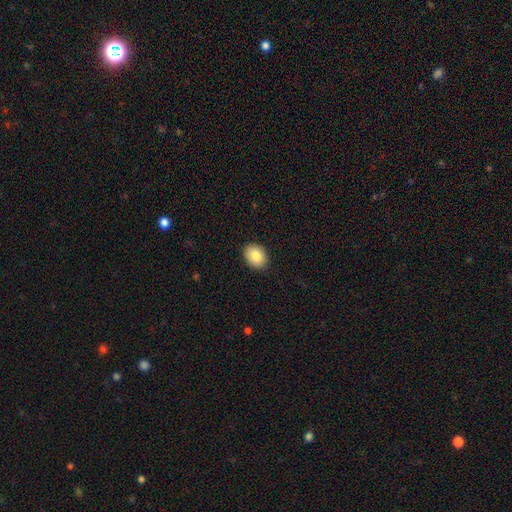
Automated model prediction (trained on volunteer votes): Smooth or featured? Predicted: smooth (p=0.85). How rounded? Predicted: in between (p=0.69). Merging? Predicted: none (p=0.90).